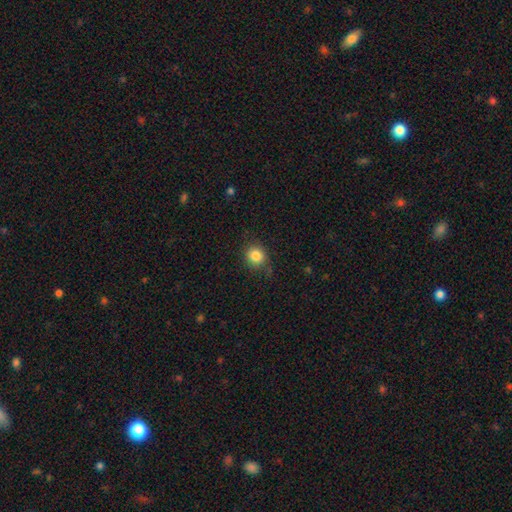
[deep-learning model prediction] Smooth or featured? Predicted: smooth (p=0.84). How rounded? Predicted: round (p=0.85). Merging? Predicted: none (p=0.80).